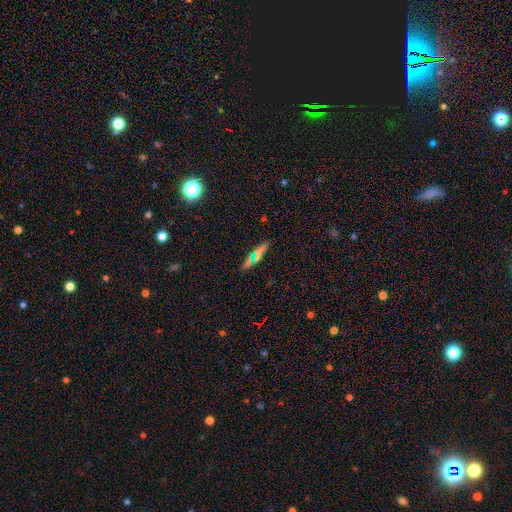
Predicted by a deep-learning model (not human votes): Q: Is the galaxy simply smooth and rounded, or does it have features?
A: smooth — 57%.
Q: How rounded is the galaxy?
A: cigar-shaped — 78%.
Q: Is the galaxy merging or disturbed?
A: none — 83%.